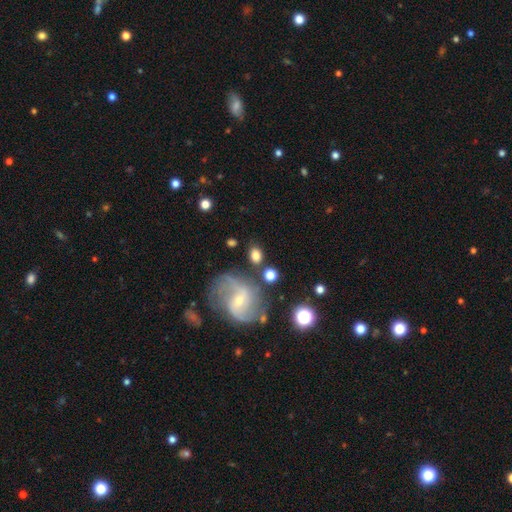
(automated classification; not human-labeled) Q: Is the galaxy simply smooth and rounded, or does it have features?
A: smooth — 68%.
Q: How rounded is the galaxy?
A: in between — 60%.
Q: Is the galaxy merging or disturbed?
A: none — 70%.